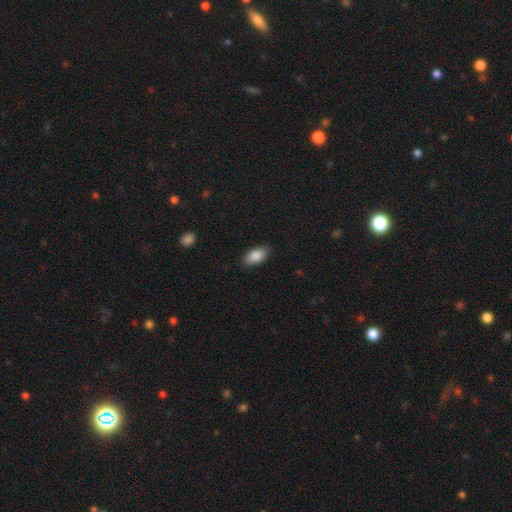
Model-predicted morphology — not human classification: Smooth or featured: smooth — 87% (star or artifact — 7%)
How rounded: in between — 92% (cigar-shaped — 5%)
Merging: none — 87% (minor disturbance — 10%)